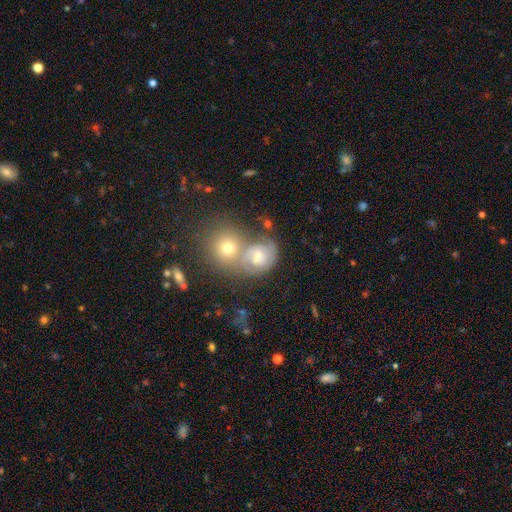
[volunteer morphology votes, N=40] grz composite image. It shows a featured or disk galaxy (70%) with a weak bar (44%, tied with no), 2 (80%) tight (56%) spiral arms (93%) and a moderate central bulge (56%). Merging: none (50%).